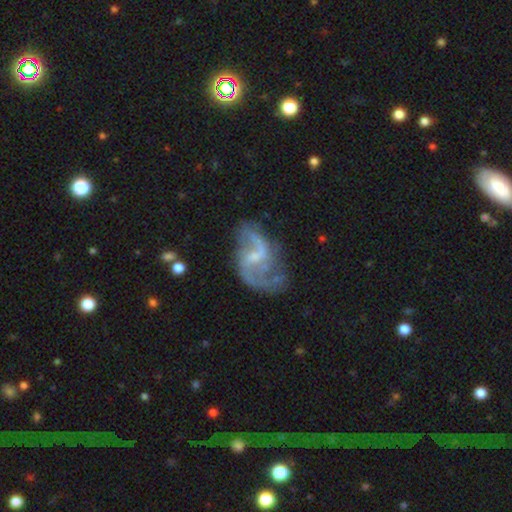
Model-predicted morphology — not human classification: Smooth or featured: featured or disk — 86% (smooth — 8%)
Edge-on disk: no — 98% (yes — 2%)
Bar: weak — 57% (no — 29%)
Spiral arms: yes — 92% (no — 8%)
Spiral winding: loose — 63% (medium — 31%)
Spiral arm count: 2 — 83% (can't tell — 6%)
Bulge size: small — 52% (moderate — 24%)
Merging: none — 53% (minor disturbance — 22%)